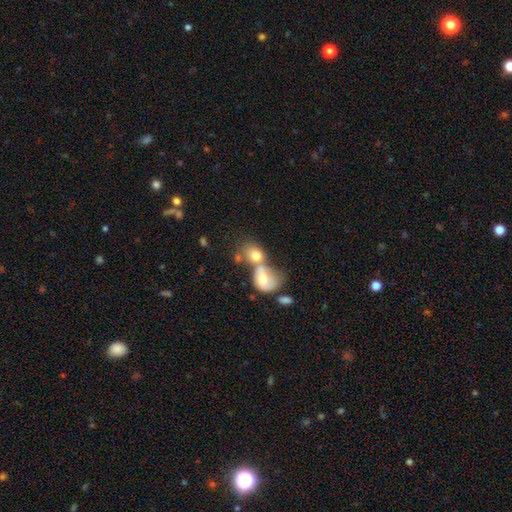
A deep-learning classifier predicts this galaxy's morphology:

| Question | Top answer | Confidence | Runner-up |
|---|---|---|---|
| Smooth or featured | smooth | 73% | featured or disk (18%) |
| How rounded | in between | 52% | round (46%) |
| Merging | merger | 68% | none (17%) |